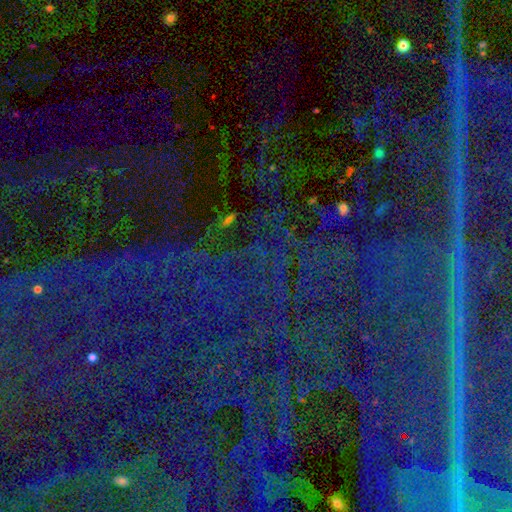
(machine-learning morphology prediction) Q: Smooth or featured?
A: star or artifact (82%); runner-up: smooth (9%)